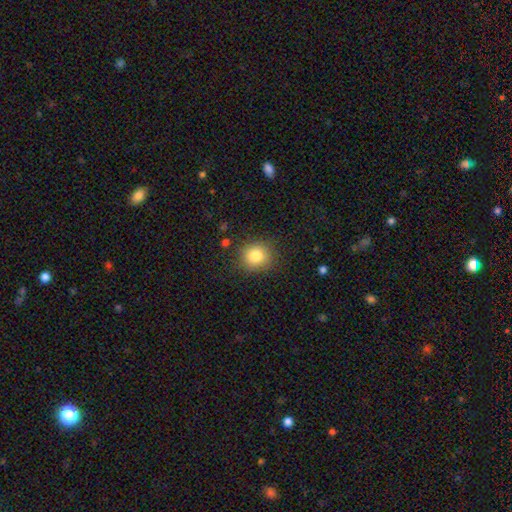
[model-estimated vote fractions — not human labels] Morphology: type=smooth (82%); roundness=round (85%); merging=none (86%).